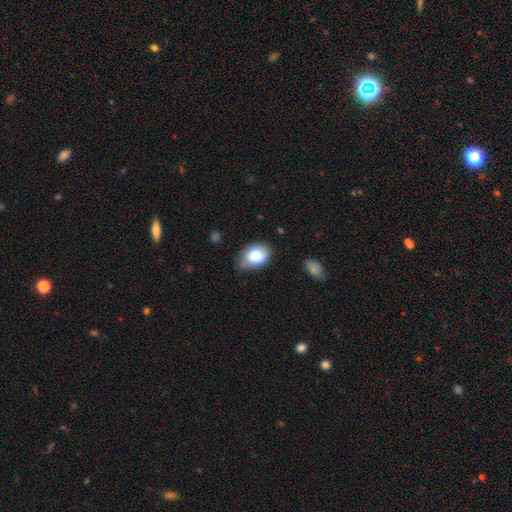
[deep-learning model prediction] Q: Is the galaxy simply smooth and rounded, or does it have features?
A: smooth — 84%.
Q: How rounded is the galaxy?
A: in between — 73%.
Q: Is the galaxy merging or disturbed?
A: none — 54%.